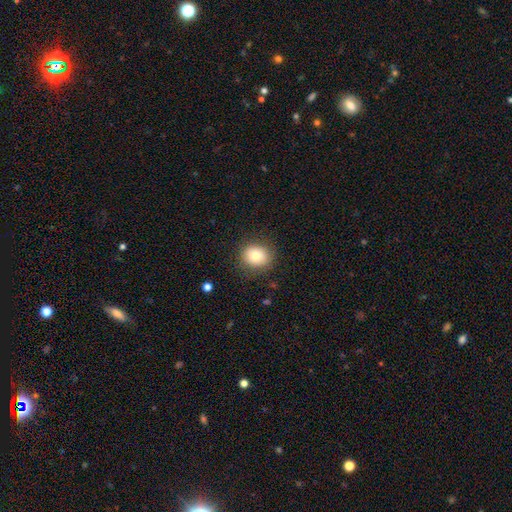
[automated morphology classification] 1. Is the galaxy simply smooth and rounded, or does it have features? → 81% smooth, 10% star or artifact, 9% featured or disk.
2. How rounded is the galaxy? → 71% round, 28% in between, 1% cigar-shaped.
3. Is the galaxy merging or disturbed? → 85% none, 10% minor disturbance, 3% major disturbance, 1% merger.